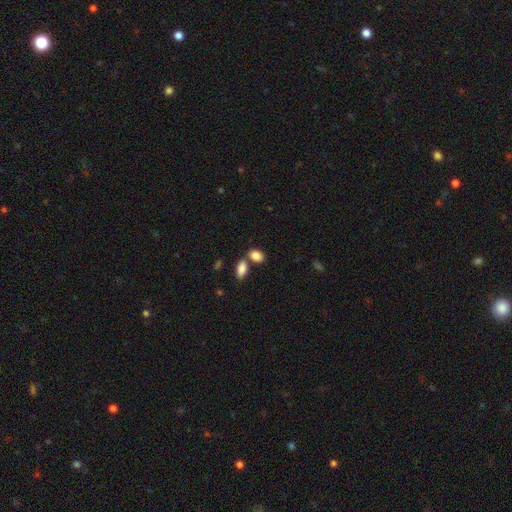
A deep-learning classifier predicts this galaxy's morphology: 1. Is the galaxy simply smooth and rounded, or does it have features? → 87% smooth, 8% star or artifact, 6% featured or disk.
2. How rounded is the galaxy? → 87% in between, 11% round, 2% cigar-shaped.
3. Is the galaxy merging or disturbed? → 55% none, 32% merger, 10% minor disturbance, 3% major disturbance.